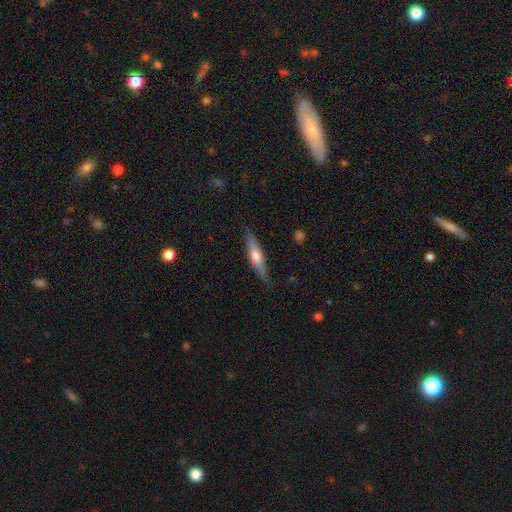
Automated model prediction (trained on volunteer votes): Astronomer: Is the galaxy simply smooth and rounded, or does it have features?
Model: featured or disk — 47%, tied with smooth at 47%.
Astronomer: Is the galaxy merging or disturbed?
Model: none — 84%.